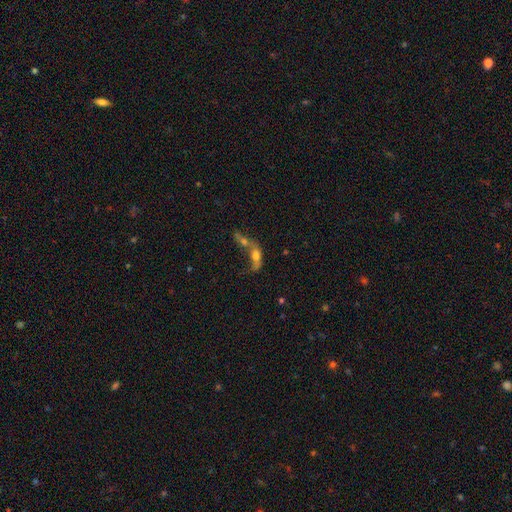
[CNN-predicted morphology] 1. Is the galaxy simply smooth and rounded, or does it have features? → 53% smooth, 34% featured or disk, 13% star or artifact.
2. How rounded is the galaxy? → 65% in between, 20% cigar-shaped, 14% round.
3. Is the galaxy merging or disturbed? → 72% merger, 11% none, 11% major disturbance, 6% minor disturbance.